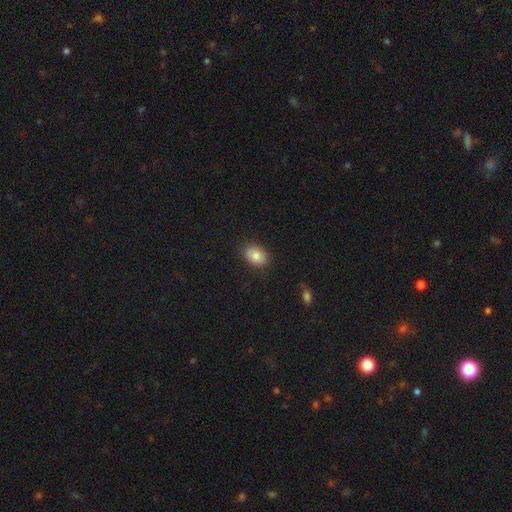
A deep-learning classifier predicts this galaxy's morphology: smooth_or_featured: smooth (p=0.83) [alt: featured or disk p=0.09]
how_rounded: in between (p=0.74) [alt: round p=0.25]
merging: none (p=0.84) [alt: minor disturbance p=0.12]